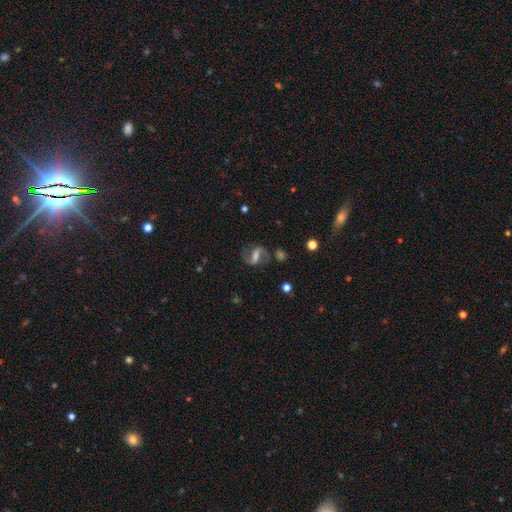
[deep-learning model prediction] This appears to be a featured or disk galaxy (74%) with a strong bar (50%), 2 (90%) loose (46%) spiral arms (91%) and a moderate central bulge (40%). Merging: none (71%).